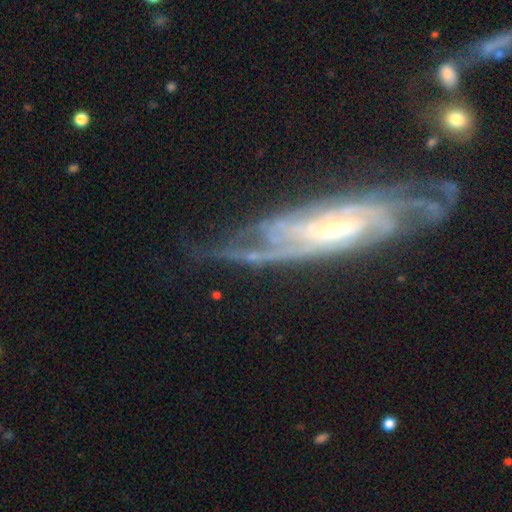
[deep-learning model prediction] Smooth or featured? Predicted: featured or disk (p=0.82). Edge-on disk? Predicted: no (p=0.82). Bar? Predicted: no (p=0.54). Spiral arms? Predicted: yes (p=0.92). Spiral winding? Predicted: tight (p=0.51). Spiral arm count? Predicted: can't tell (p=0.36). Bulge size? Predicted: small (p=0.60). Merging? Predicted: none (p=0.59).